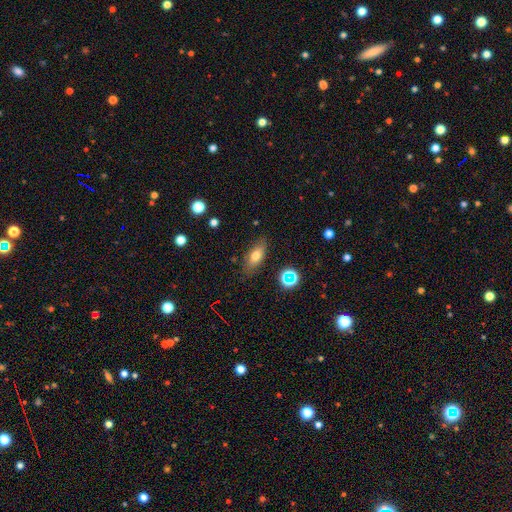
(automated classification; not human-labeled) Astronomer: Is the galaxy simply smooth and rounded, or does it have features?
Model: smooth — 70%.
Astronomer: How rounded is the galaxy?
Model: in between — 77%.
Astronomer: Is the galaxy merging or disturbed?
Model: none — 80%.